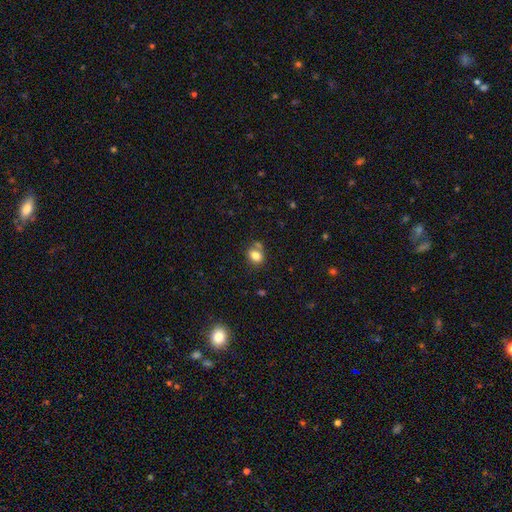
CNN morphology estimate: Smooth or featured?
  - smooth: 80% *
  - star or artifact: 11%
  - featured or disk: 9%
How rounded?
  - round: 50% *
  - in between: 49%
  - cigar-shaped: 1%
Merging?
  - none: 60% *
  - merger: 20%
  - minor disturbance: 16%
  - major disturbance: 5%